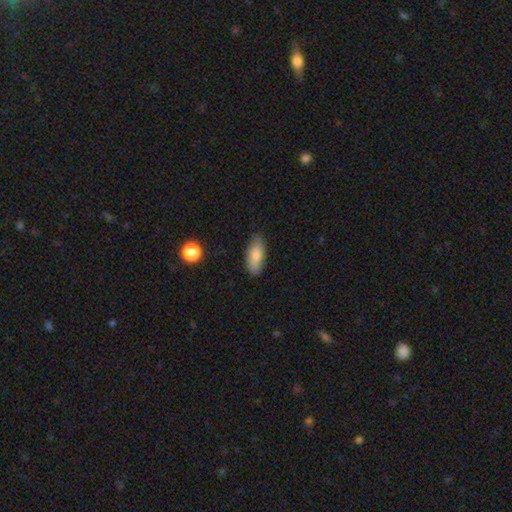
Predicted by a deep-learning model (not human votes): A smooth galaxy with no disk features (78%) that is in between round and cigar-shaped (83%). Merging: none (77%).